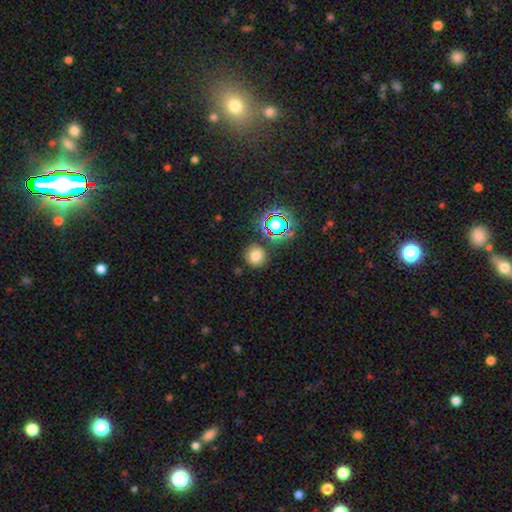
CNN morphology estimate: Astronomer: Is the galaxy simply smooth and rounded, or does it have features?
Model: smooth — 72%.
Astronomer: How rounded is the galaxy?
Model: round — 89%.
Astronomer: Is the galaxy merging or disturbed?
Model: none — 83%.